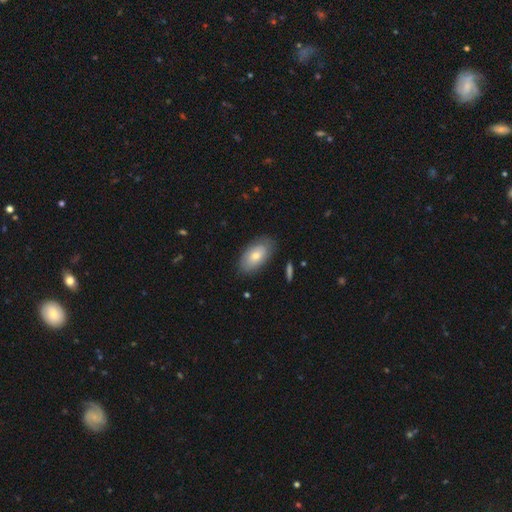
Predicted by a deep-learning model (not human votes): Morphology: type=smooth (70%); roundness=in between (93%); merging=none (80%).